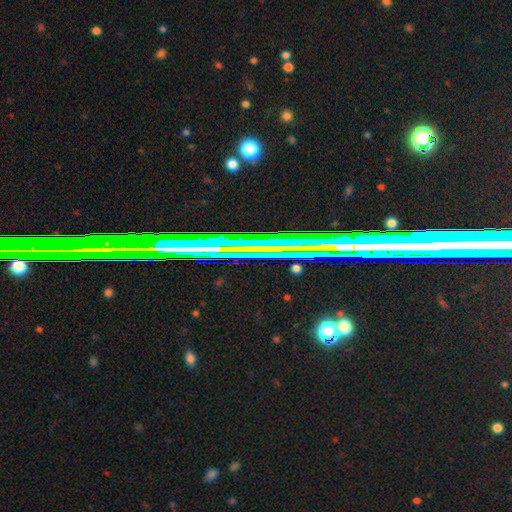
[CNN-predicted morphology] Q: Smooth or featured?
A: star or artifact (61%); runner-up: featured or disk (27%)